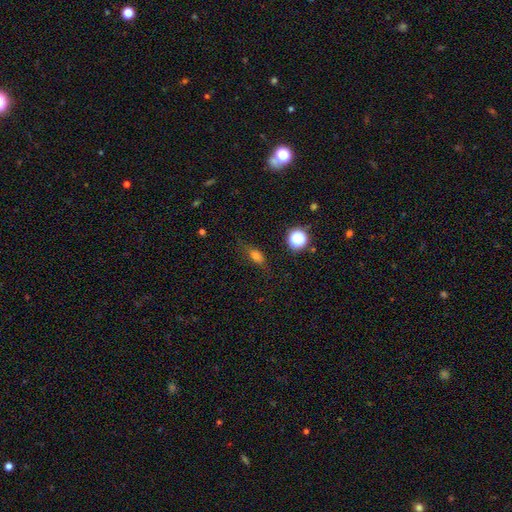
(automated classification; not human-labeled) Overall: smooth (69%). How rounded: in between (65%). Merging: none (65%).